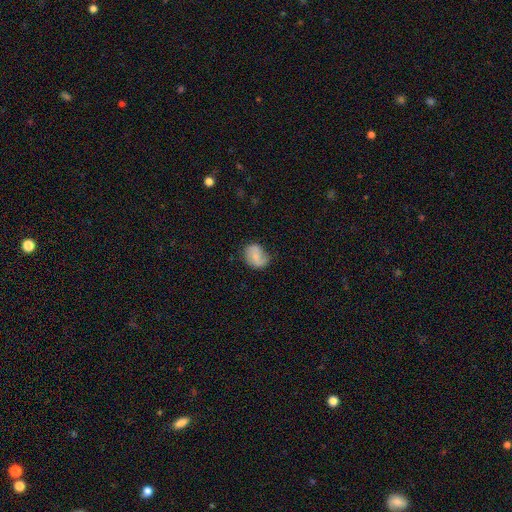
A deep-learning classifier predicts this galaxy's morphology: smooth-or-featured: smooth: 62% | featured or disk: 30% | star or artifact: 8%
  how-rounded: in between: 56% | round: 43% | cigar-shaped: 1%
  merging: none: 56% | minor disturbance: 32% | major disturbance: 11% | merger: 2%